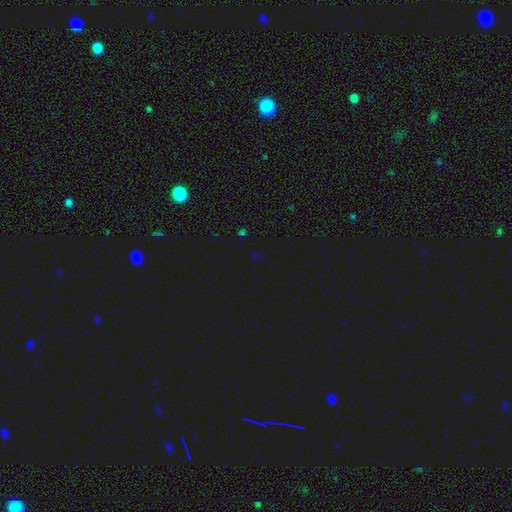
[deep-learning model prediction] This appears to be a star or artifact, not a galaxy (73%).